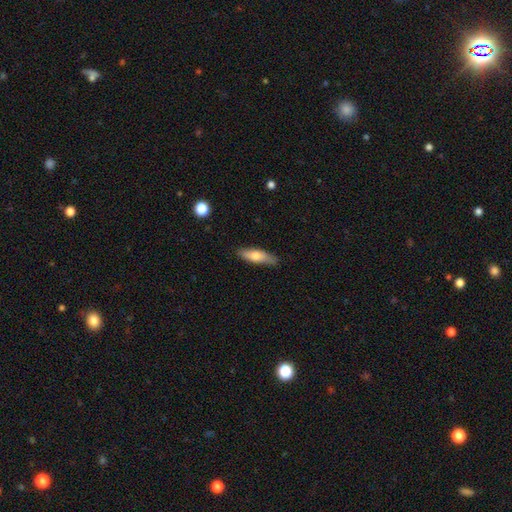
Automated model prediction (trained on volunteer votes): Smooth or featured: smooth — 68% (featured or disk — 26%)
How rounded: cigar-shaped — 55% (in between — 43%)
Merging: none — 83% (minor disturbance — 13%)